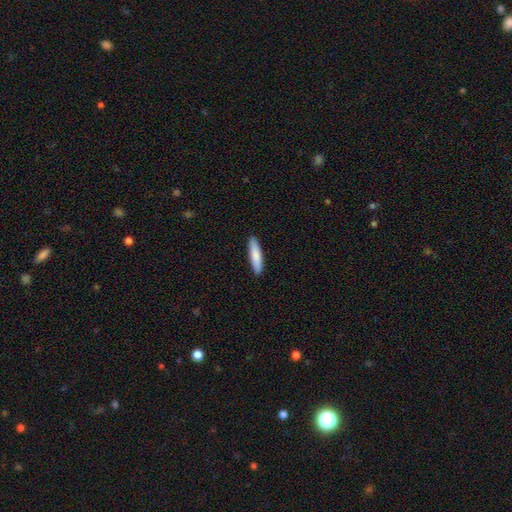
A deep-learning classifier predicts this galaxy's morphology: A smooth galaxy with no disk features (84%) that is cigar-shaped (80%). Merging: none (91%).